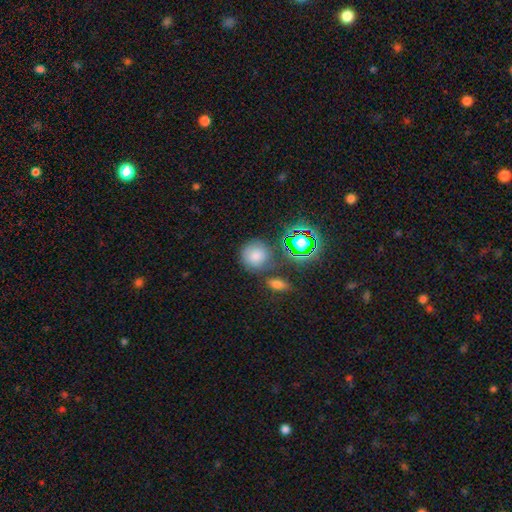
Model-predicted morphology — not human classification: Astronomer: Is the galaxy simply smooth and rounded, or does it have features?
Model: smooth — 73%.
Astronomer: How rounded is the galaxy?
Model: round — 88%.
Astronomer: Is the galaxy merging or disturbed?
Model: none — 72%.